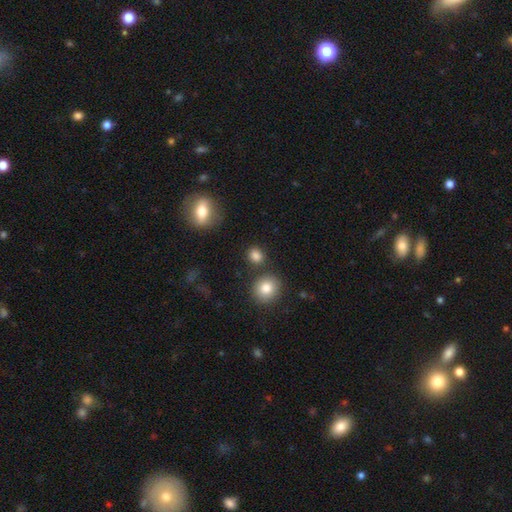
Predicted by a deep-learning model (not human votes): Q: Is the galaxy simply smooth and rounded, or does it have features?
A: smooth — 85%.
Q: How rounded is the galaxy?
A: round — 67%.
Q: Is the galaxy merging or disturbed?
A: none — 78%.